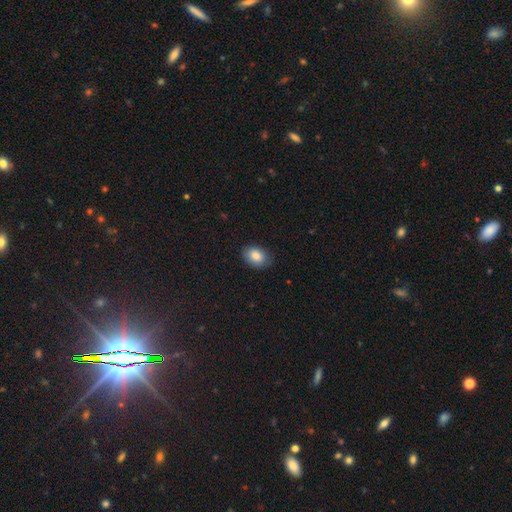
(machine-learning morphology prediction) smooth-or-featured: smooth: 86% | star or artifact: 8% | featured or disk: 7%
  how-rounded: in between: 80% | round: 19% | cigar-shaped: 1%
  merging: none: 84% | minor disturbance: 12% | major disturbance: 2% | merger: 1%